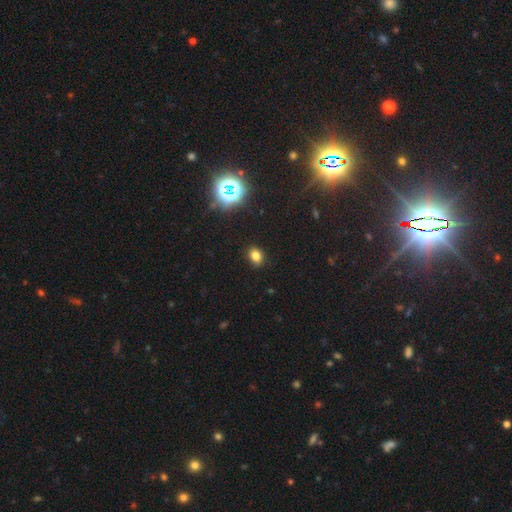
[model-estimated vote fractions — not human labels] This appears to be a smooth galaxy with no disk features (76%) that is in between round and cigar-shaped (64%). Merging: none (87%).